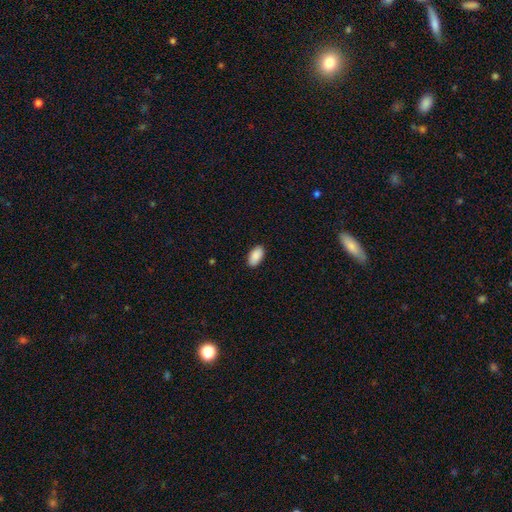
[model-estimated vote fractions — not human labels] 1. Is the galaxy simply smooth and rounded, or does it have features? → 90% smooth, 6% star or artifact, 3% featured or disk.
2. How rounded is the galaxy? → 95% in between, 3% cigar-shaped, 2% round.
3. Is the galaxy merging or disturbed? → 90% none, 8% minor disturbance, 2% major disturbance, 1% merger.